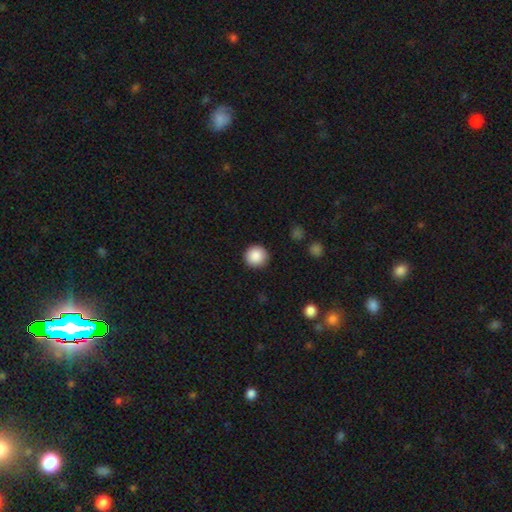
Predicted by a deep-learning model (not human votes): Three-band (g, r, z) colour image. It shows a smooth galaxy with no disk features (88%) that is round (95%). Merging: none (91%).